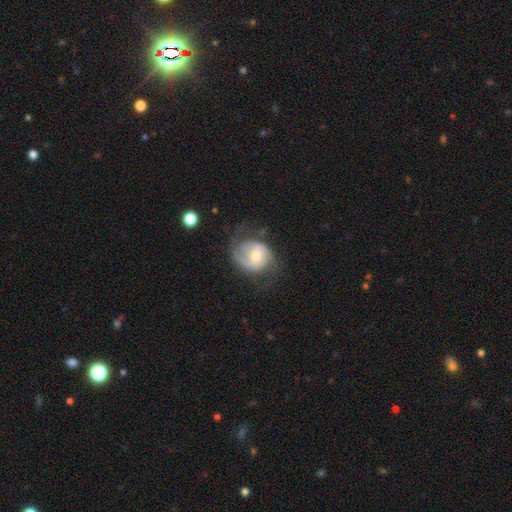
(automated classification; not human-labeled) Smooth or featured? Predicted: featured or disk (p=0.62). Edge-on disk? Predicted: no (p=0.97). Bar? Predicted: no (p=0.53). Spiral arms? Predicted: yes (p=0.82). Bulge size? Predicted: moderate (p=0.67). Merging? Predicted: none (p=0.49).